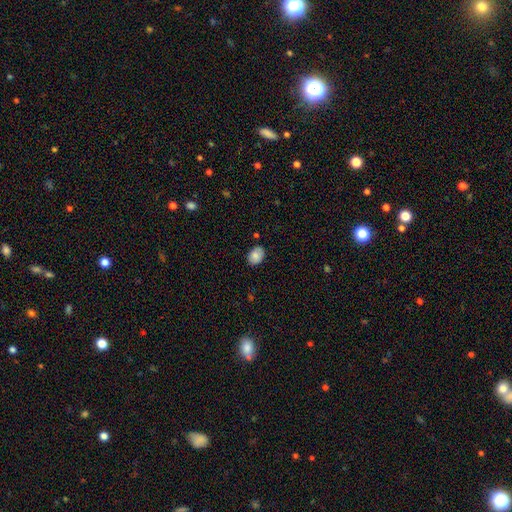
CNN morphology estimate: type=smooth (83%); roundness=in between (73%); merging=none (83%).